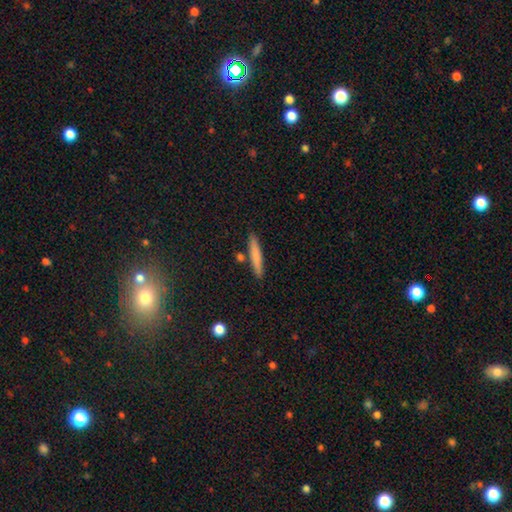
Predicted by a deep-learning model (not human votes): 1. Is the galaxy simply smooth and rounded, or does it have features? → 76% smooth, 17% featured or disk, 7% star or artifact.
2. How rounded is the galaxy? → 93% cigar-shaped, 6% in between, 1% round.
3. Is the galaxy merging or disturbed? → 85% none, 8% minor disturbance, 5% merger, 2% major disturbance.